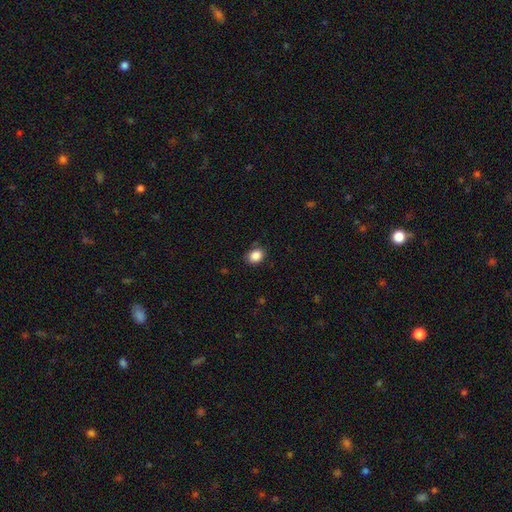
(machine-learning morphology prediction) Smooth or featured? smooth (87%)
How rounded? in between (51%)
Merging? none (83%)